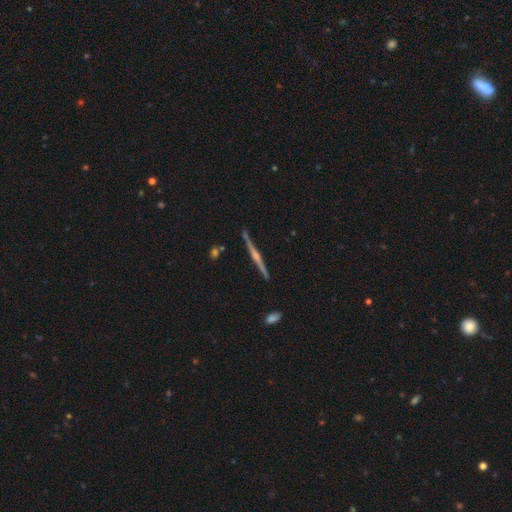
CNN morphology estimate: Overall: featured or disk (71%). Edge-on disk: yes (96%). Edge-on bulge: rounded (68%). Merging: none (86%).